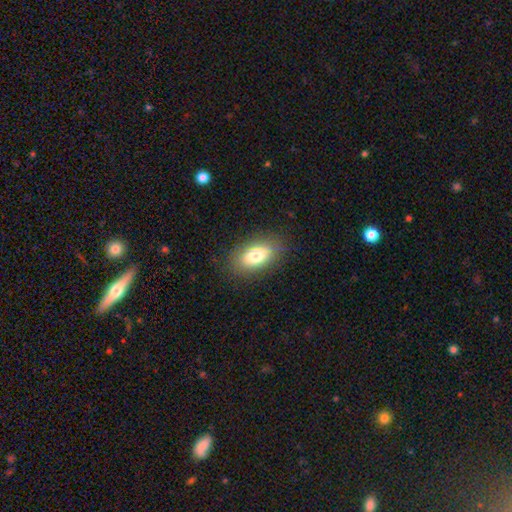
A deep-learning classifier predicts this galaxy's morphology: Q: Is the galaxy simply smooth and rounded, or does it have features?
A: smooth — 77%.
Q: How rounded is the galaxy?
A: in between — 90%.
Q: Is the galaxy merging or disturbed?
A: none — 85%.